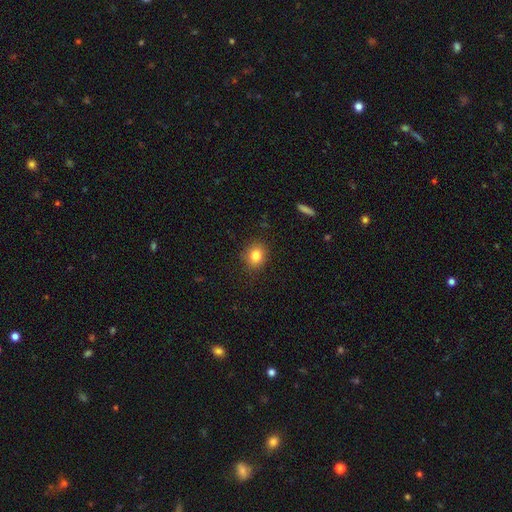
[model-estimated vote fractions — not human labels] Smooth or featured?
  - smooth: 82% *
  - star or artifact: 11%
  - featured or disk: 7%
How rounded?
  - round: 67% *
  - in between: 31%
  - cigar-shaped: 1%
Merging?
  - none: 87% *
  - minor disturbance: 9%
  - major disturbance: 3%
  - merger: 1%